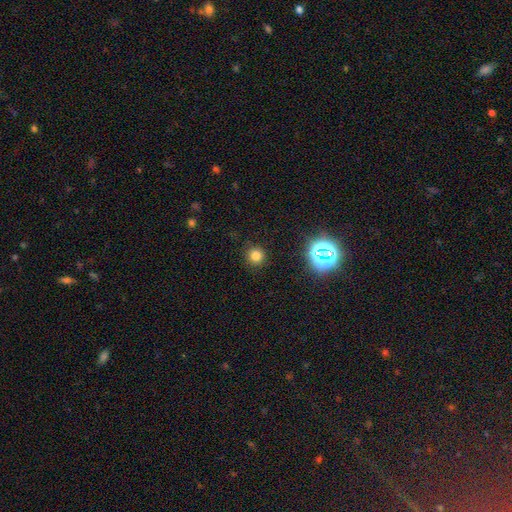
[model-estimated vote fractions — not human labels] The model was most divided on "smooth or featured": smooth: 76%, star or artifact: 19%, featured or disk: 5%. More confident: how rounded — round (93%); merging — none (88%).